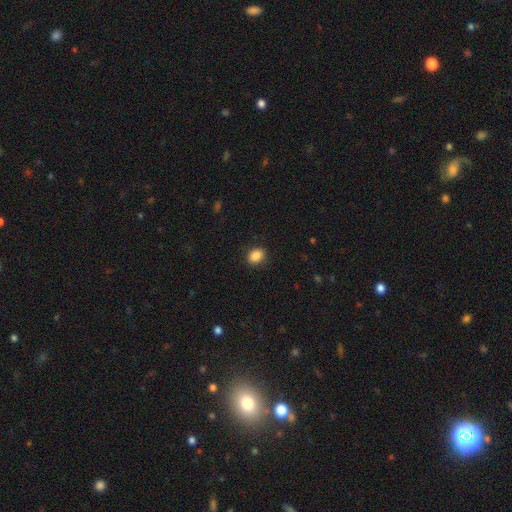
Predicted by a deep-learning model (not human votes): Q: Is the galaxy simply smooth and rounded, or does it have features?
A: smooth — 88%.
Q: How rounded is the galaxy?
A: in between — 57%.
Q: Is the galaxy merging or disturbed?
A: none — 89%.